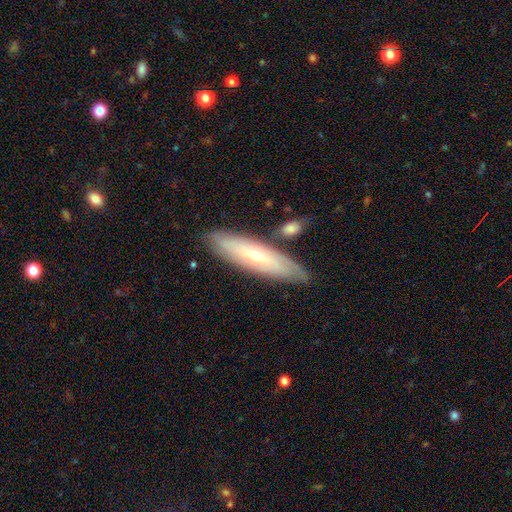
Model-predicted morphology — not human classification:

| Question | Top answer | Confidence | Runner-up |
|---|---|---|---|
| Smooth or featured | featured or disk | 50% | smooth (44%) |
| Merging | none | 79% | minor disturbance (12%) |